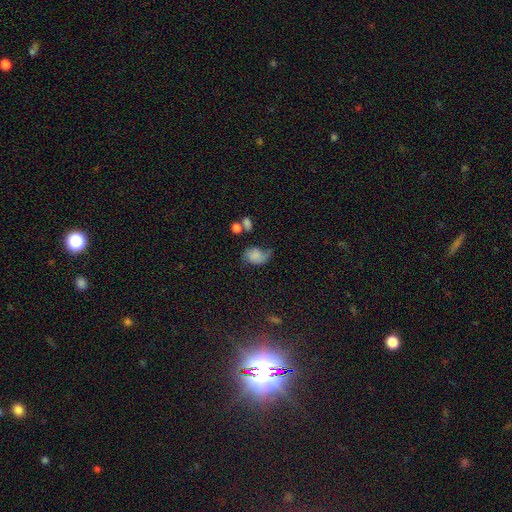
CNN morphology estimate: Smooth or featured? Predicted: smooth (p=0.53). How rounded? Predicted: in between (p=0.69). Merging? Predicted: none (p=0.33).